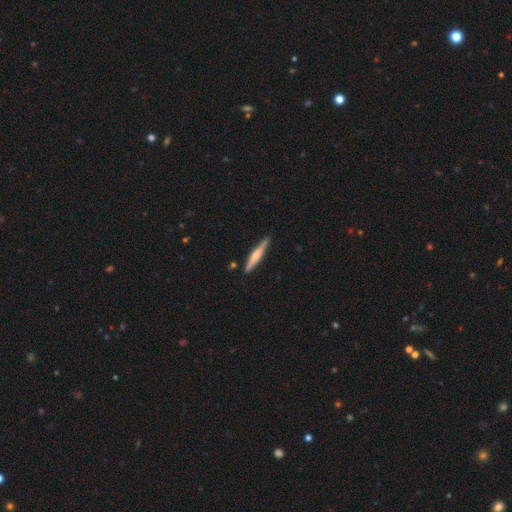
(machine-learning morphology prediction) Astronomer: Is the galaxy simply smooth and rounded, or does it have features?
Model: featured or disk — 49% (runner-up: smooth, 46%).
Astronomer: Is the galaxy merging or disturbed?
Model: none — 86%.